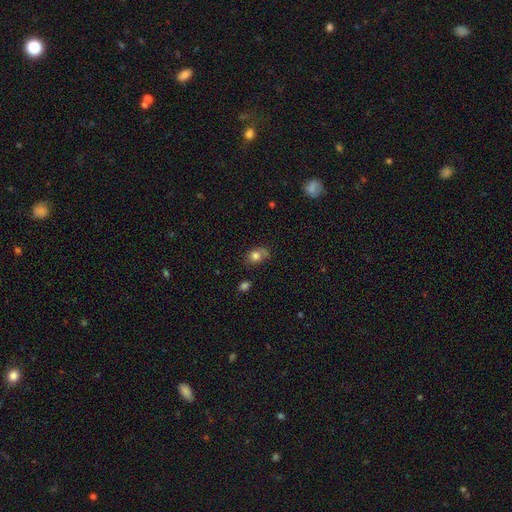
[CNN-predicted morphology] smooth_or_featured: smooth (p=0.77) [alt: featured or disk p=0.13]
how_rounded: in between (p=0.58) [alt: round p=0.41]
merging: none (p=0.54) [alt: minor disturbance p=0.30]